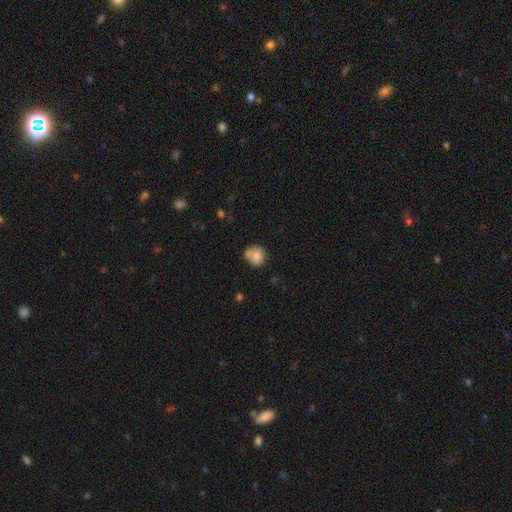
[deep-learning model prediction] A smooth galaxy with no disk features (78%) that is round (74%).

Vote fractions:
- Smooth or featured? smooth: 78% / featured or disk: 13% / star or artifact: 9%
- How rounded? round: 74% / in between: 25% / cigar-shaped: 1%
- Merging? none: 51% / minor disturbance: 22% / merger: 20% / major disturbance: 7%